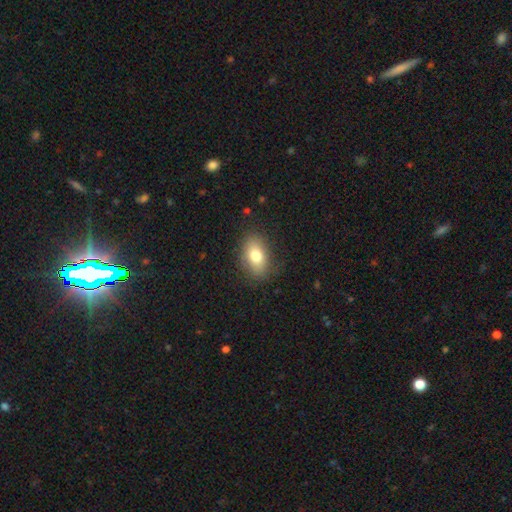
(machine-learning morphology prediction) Smooth or featured? smooth (77%)
How rounded? in between (84%)
Merging? none (82%)